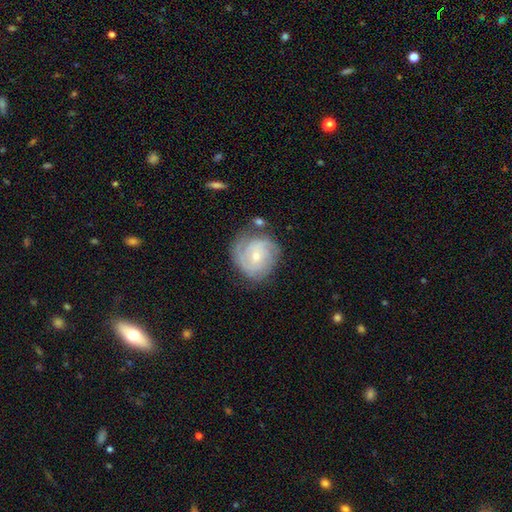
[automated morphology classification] This appears to be a featured or disk galaxy (79%) with no bar (68%), 3 (32%) tight (67%) spiral arms (95%) and a small central bulge (63%). Merging: none (71%).